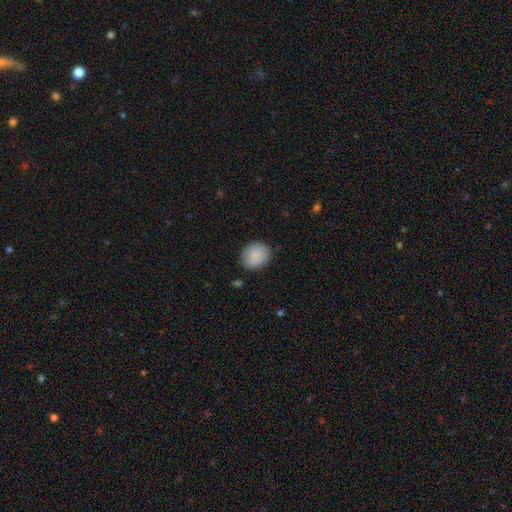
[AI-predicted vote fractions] Smooth or featured: smooth — 88% (star or artifact — 7%)
How rounded: round — 70% (in between — 29%)
Merging: none — 83% (minor disturbance — 13%)